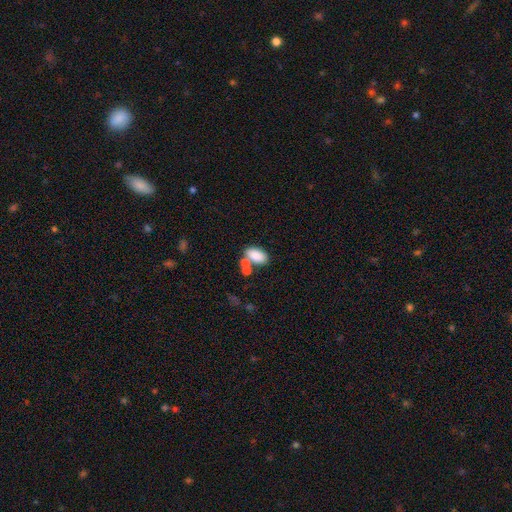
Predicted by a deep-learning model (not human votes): smooth-or-featured: smooth: 85% | star or artifact: 8% | featured or disk: 7%
  how-rounded: in between: 93% | round: 4% | cigar-shaped: 2%
  merging: none: 60% | merger: 24% | minor disturbance: 12% | major disturbance: 4%